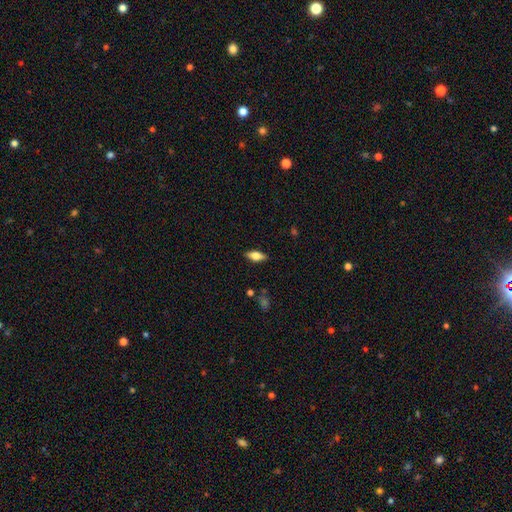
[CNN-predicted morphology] Smooth or featured? Predicted: smooth (p=0.66). How rounded? Predicted: in between (p=0.81). Merging? Predicted: none (p=0.87).